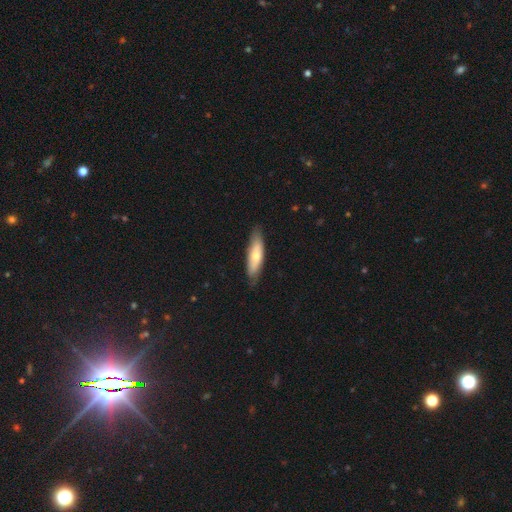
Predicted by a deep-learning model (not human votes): smooth 61%, featured or disk 34%, star or artifact 5%. Down the decision tree: how rounded — cigar-shaped (56%); merging — none (80%).